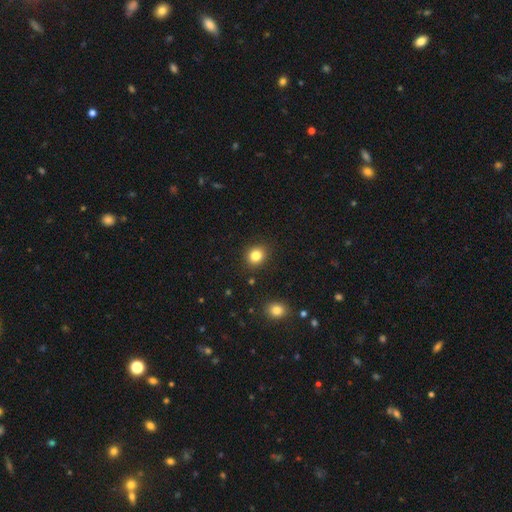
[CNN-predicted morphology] Q: Smooth or featured?
A: smooth (83%); runner-up: star or artifact (11%)
Q: How rounded?
A: round (70%); runner-up: in between (29%)
Q: Merging?
A: none (88%); runner-up: minor disturbance (8%)